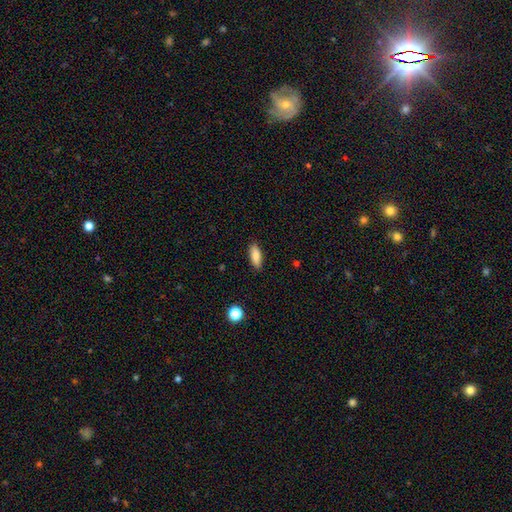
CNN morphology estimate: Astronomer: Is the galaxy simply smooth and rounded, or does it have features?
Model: smooth — 85%.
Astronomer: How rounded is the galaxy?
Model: in between — 76%.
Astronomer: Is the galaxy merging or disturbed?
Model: none — 87%.